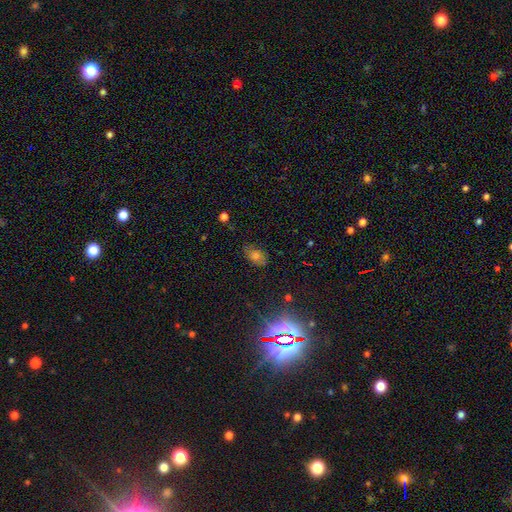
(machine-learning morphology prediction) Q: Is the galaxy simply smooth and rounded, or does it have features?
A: smooth — 51%.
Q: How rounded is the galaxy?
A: in between — 78%.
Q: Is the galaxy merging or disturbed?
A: none — 72%.